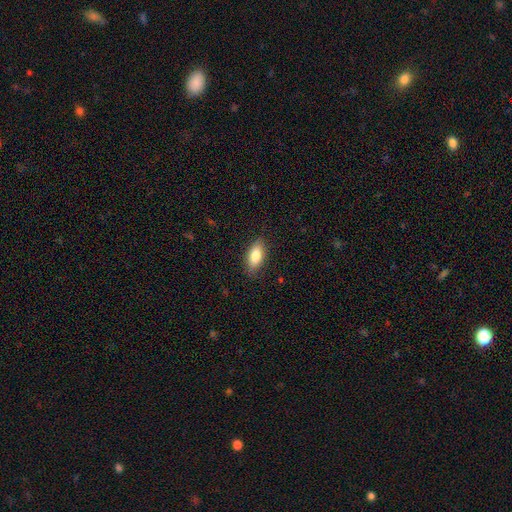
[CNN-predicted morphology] smooth 81%, featured or disk 13%, star or artifact 7%. Down the decision tree: how rounded — in between (85%); merging — none (85%).